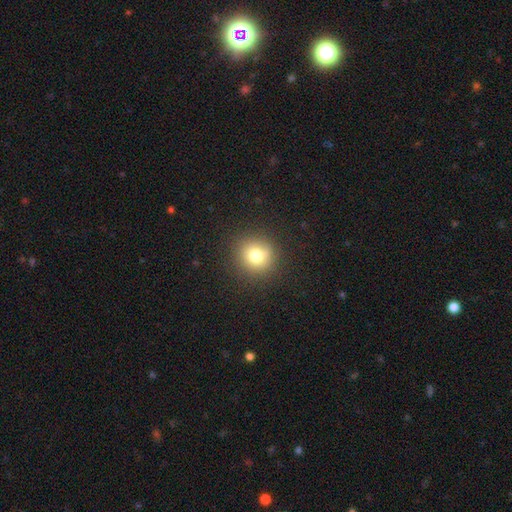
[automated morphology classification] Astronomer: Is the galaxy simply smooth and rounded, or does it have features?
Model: smooth — 75%.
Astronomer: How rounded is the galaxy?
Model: round — 92%.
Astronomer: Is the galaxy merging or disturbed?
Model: none — 87%.